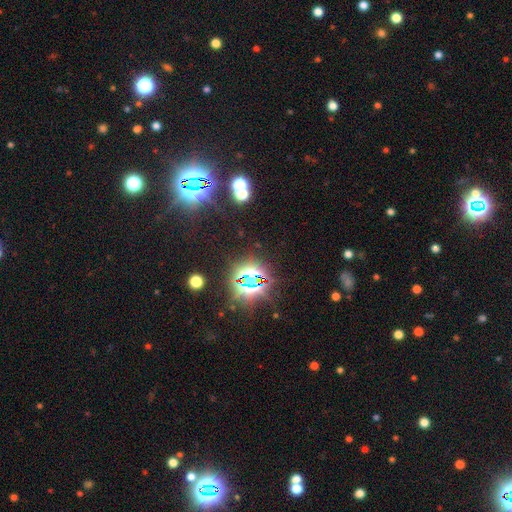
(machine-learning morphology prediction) Smooth or featured?
  - star or artifact: 80% *
  - smooth: 13%
  - featured or disk: 7%